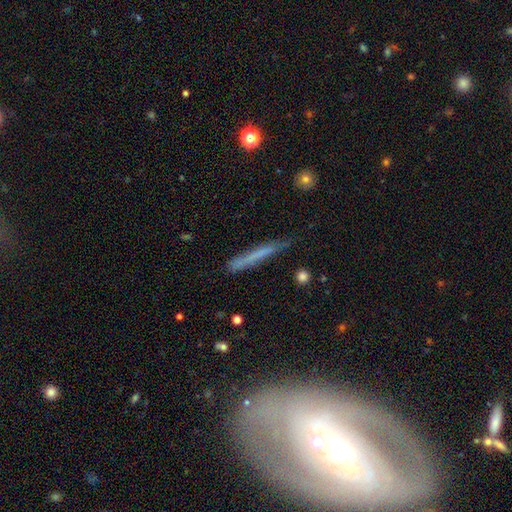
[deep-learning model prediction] A smooth galaxy with no disk features (48%). Merging: none (79%).